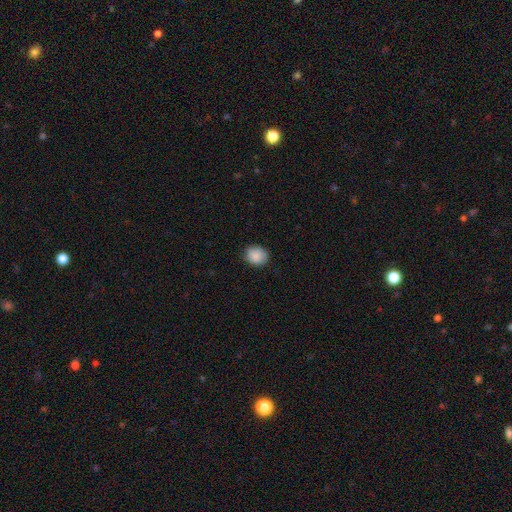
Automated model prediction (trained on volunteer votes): Smooth or featured? Predicted: smooth (p=0.88). How rounded? Predicted: round (p=0.69). Merging? Predicted: none (p=0.84).